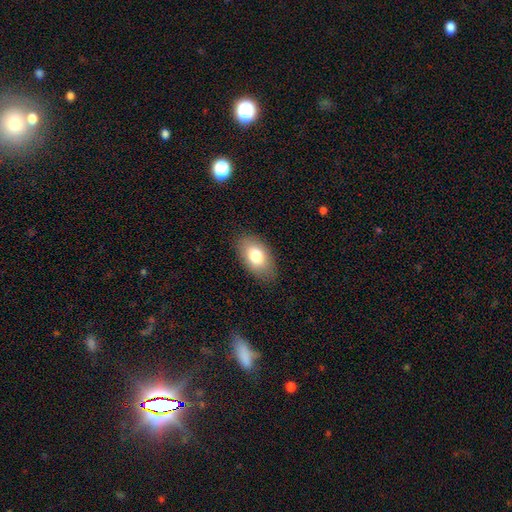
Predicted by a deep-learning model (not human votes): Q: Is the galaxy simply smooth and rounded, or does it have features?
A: smooth — 79%.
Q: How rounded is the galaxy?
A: in between — 92%.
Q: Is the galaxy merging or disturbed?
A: none — 84%.